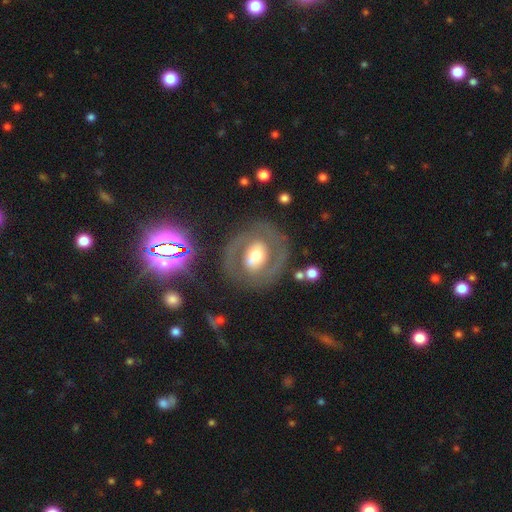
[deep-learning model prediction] A featured or disk galaxy (70%) with no bar (41%), spiral arms (57%) and a moderate central bulge (57%).

Vote fractions:
- Smooth or featured? featured or disk: 70% / smooth: 23% / star or artifact: 7%
- Edge-on disk? no: 96% / yes: 4%
- Bar? no: 41% / weak: 32% / strong: 27%
- Spiral arms? yes: 57% / no: 43%
- Bulge size? moderate: 57% / large: 26% / small: 12% / dominant: 3% / none: 1%
- Merging? none: 76% / minor disturbance: 12% / major disturbance: 9% / merger: 3%